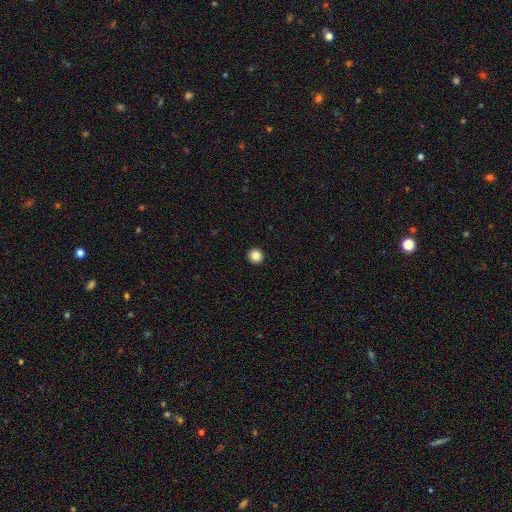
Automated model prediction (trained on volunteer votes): Smooth or featured? smooth (86%)
How rounded? round (95%)
Merging? none (94%)